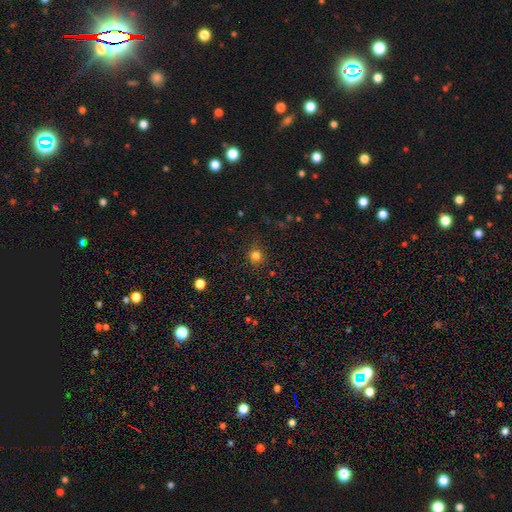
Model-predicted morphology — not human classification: A smooth galaxy with no disk features (80%) that is round (90%).

Vote fractions:
- Smooth or featured? smooth: 80% / star or artifact: 15% / featured or disk: 4%
- How rounded? round: 90% / in between: 9% / cigar-shaped: 1%
- Merging? none: 87% / minor disturbance: 8% / major disturbance: 3% / merger: 1%